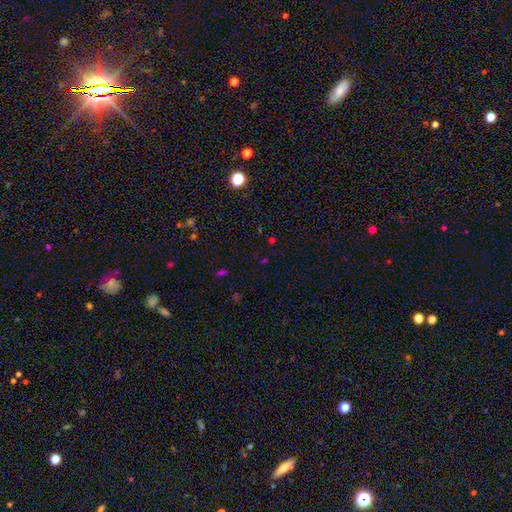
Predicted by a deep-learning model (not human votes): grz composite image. It shows a star or artifact, not a galaxy (61%).